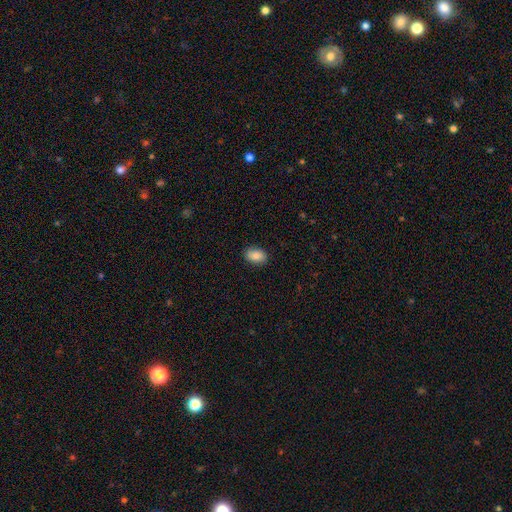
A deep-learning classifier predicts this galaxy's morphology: Smooth or featured?
  - smooth: 88% *
  - star or artifact: 7%
  - featured or disk: 5%
How rounded?
  - in between: 89% *
  - round: 10%
  - cigar-shaped: 1%
Merging?
  - none: 88% *
  - minor disturbance: 9%
  - major disturbance: 2%
  - merger: 1%